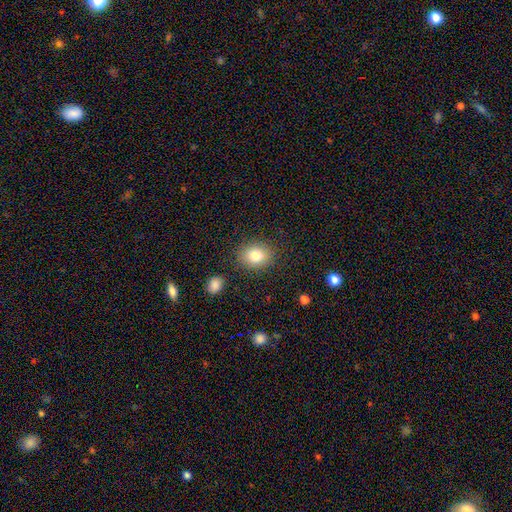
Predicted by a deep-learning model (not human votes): Smooth or featured?
  - smooth: 81% *
  - star or artifact: 10%
  - featured or disk: 9%
How rounded?
  - round: 50% *
  - in between: 49%
  - cigar-shaped: 1%
Merging?
  - none: 85% *
  - minor disturbance: 9%
  - major disturbance: 3%
  - merger: 2%